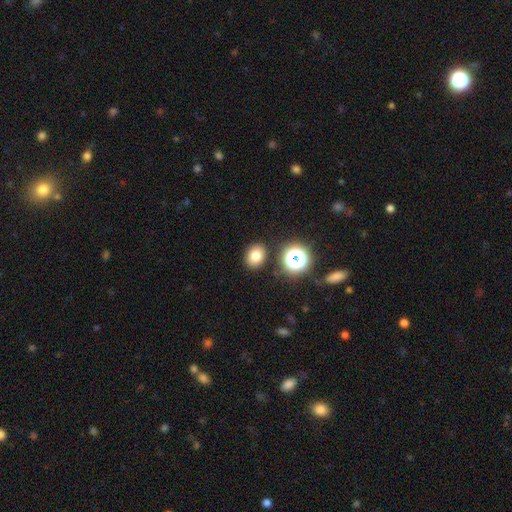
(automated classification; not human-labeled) Smooth or featured? Predicted: smooth (p=0.77). How rounded? Predicted: in between (p=0.54). Merging? Predicted: none (p=0.86).